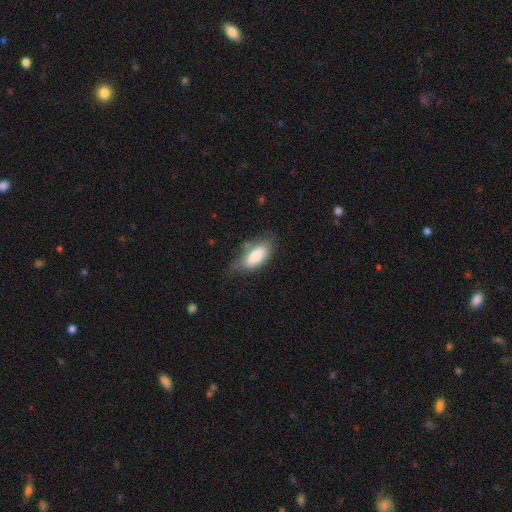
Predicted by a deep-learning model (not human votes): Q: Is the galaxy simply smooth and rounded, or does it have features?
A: smooth — 80%.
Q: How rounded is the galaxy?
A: in between — 88%.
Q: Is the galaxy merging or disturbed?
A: none — 45%.